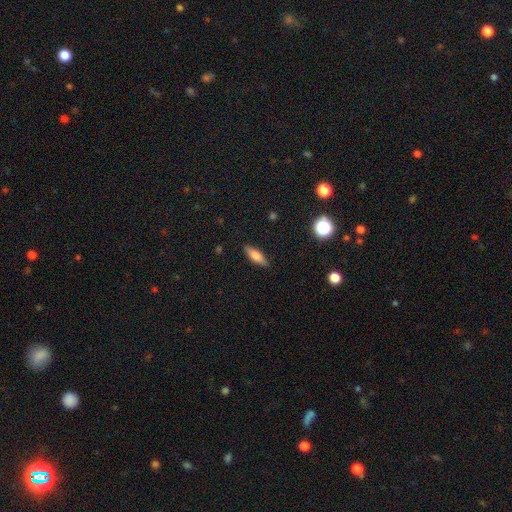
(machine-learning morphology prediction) Smooth or featured? Predicted: smooth (p=0.72). How rounded? Predicted: in between (p=0.50). Merging? Predicted: none (p=0.86).